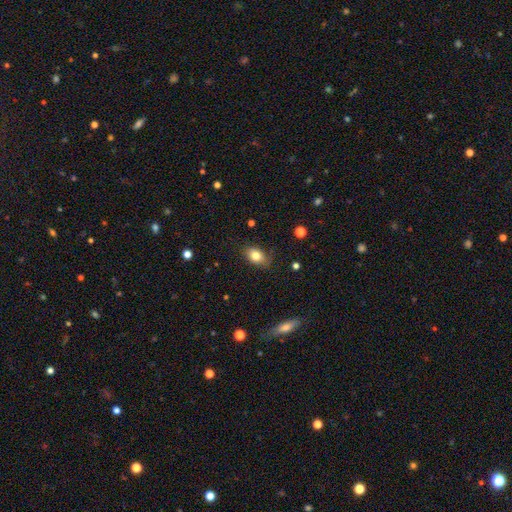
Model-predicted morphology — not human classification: A smooth galaxy with no disk features (80%) that is in between round and cigar-shaped (82%).

Vote fractions:
- Smooth or featured? smooth: 80% / featured or disk: 11% / star or artifact: 9%
- How rounded? in between: 82% / round: 17% / cigar-shaped: 2%
- Merging? none: 78% / minor disturbance: 17% / major disturbance: 4% / merger: 1%